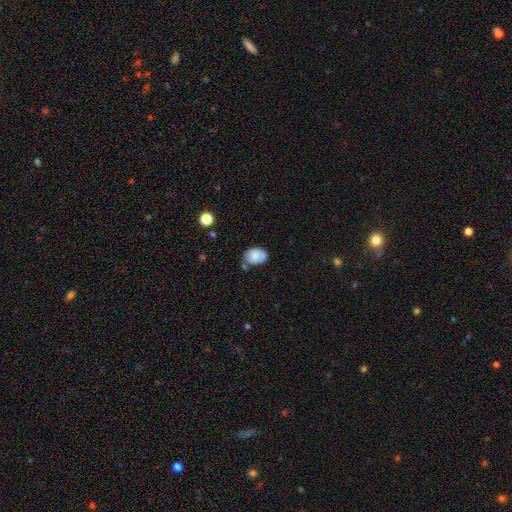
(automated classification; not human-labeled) Smooth or featured?
  - smooth: 78% *
  - featured or disk: 14%
  - star or artifact: 8%
How rounded?
  - in between: 76% *
  - round: 23%
  - cigar-shaped: 1%
Merging?
  - none: 57% *
  - minor disturbance: 26%
  - merger: 11%
  - major disturbance: 6%